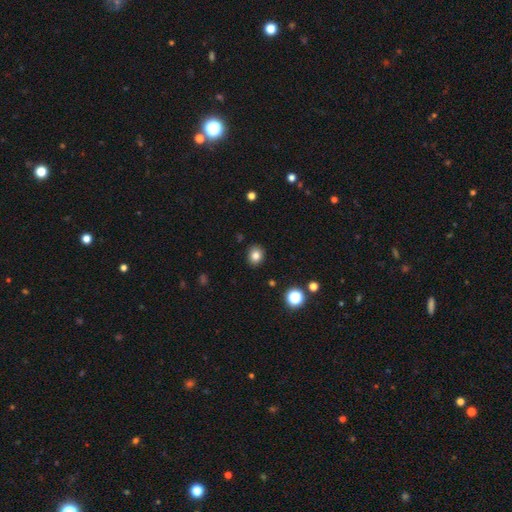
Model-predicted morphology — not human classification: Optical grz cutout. It shows a smooth galaxy with no disk features (81%) that is round (70%). Merging: none (90%).